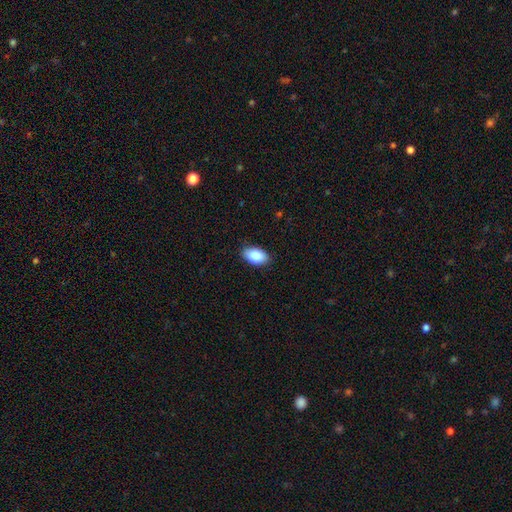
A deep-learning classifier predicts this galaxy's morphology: Smooth or featured? smooth (89%)
How rounded? in between (93%)
Merging? none (86%)